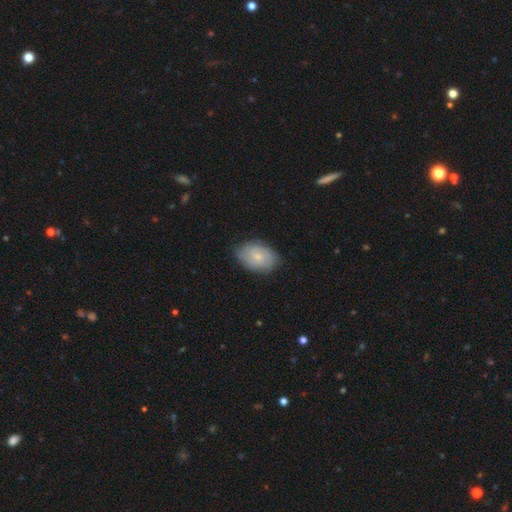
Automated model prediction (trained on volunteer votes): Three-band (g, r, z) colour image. It shows a smooth galaxy with no disk features (53%) that is in between round and cigar-shaped (84%). Merging: none (75%).